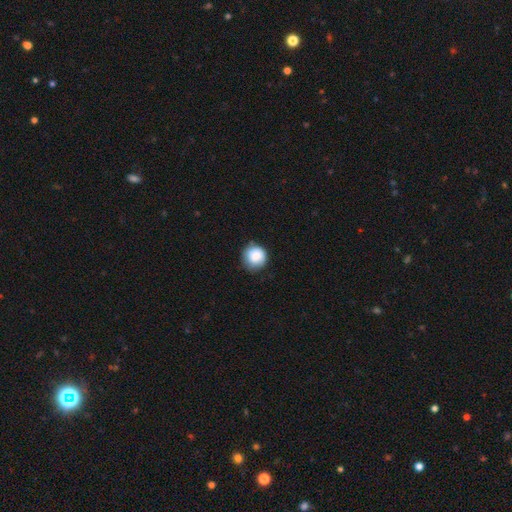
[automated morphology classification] Q: Smooth or featured?
A: smooth (83%); runner-up: featured or disk (9%)
Q: How rounded?
A: round (92%); runner-up: in between (7%)
Q: Merging?
A: none (75%); runner-up: minor disturbance (20%)